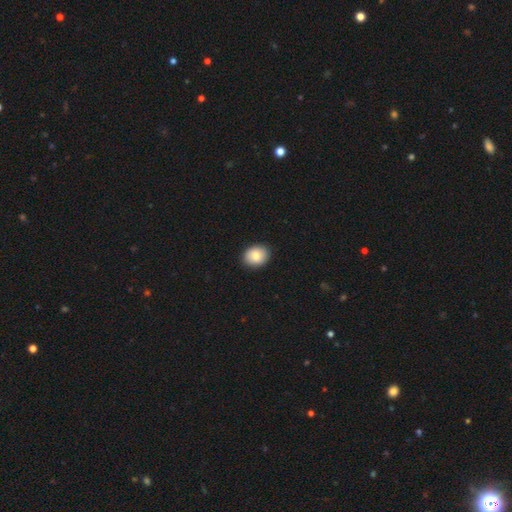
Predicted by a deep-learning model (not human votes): Morphology: type=smooth (83%); roundness=in between (53%); merging=none (89%).